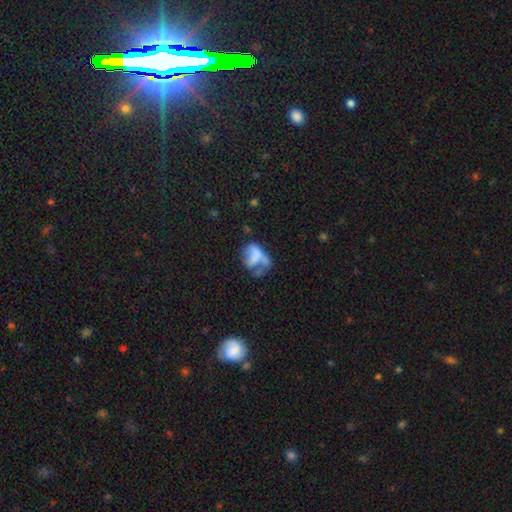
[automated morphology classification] smooth 48%, featured or disk 40%, star or artifact 12%. Down the decision tree: merging — major disturbance (42%).